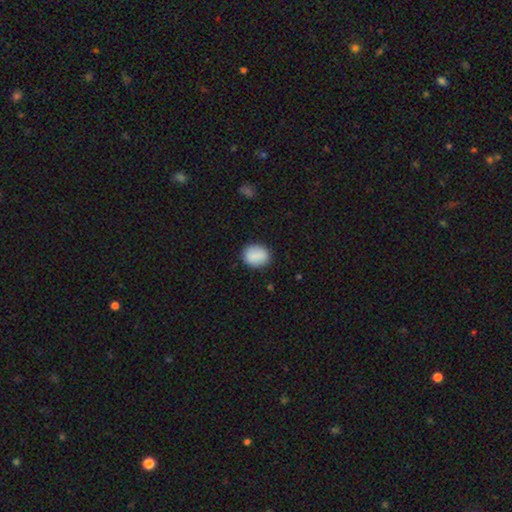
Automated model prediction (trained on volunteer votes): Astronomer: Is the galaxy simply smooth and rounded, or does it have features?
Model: smooth — 87%.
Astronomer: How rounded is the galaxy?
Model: round — 54% (runner-up: in between, 45%).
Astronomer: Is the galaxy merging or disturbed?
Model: none — 86%.